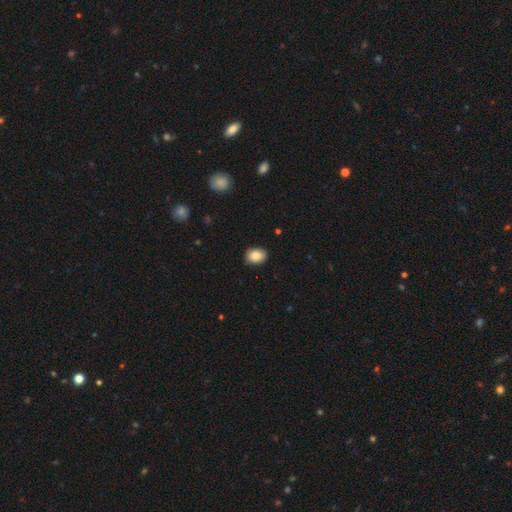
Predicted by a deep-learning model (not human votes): Overall: smooth (86%). How rounded: in between (68%; round 31%). Merging: none (88%).